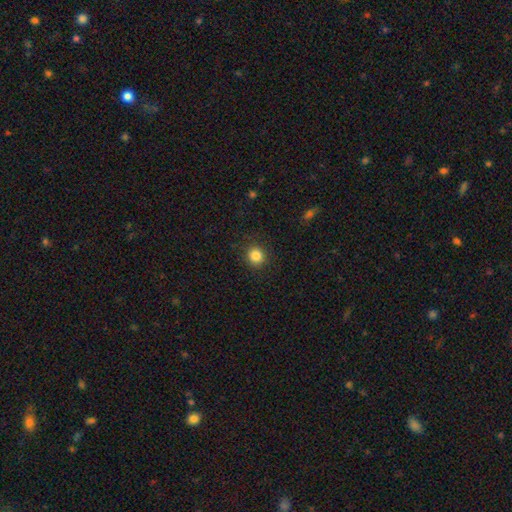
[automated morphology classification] smooth-or-featured: smooth: 84% | star or artifact: 11% | featured or disk: 4%
  how-rounded: round: 90% | in between: 9% | cigar-shaped: 1%
  merging: none: 90% | minor disturbance: 7% | major disturbance: 3% | merger: 1%